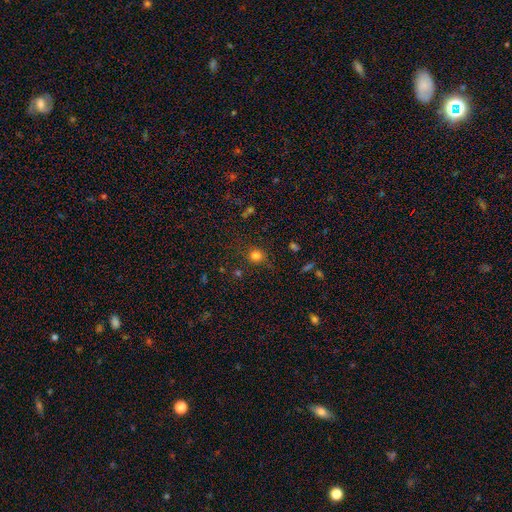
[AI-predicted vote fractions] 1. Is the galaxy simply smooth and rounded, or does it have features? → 79% smooth, 16% star or artifact, 5% featured or disk.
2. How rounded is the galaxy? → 84% round, 15% in between, 1% cigar-shaped.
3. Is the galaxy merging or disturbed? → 78% none, 14% minor disturbance, 5% major disturbance, 3% merger.